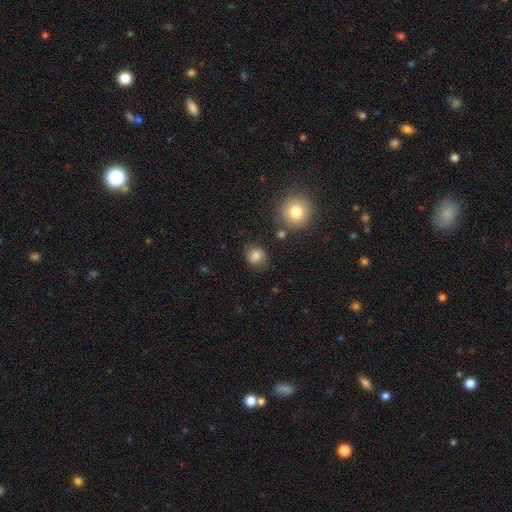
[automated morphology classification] The model was most divided on "how rounded": round: 76%, in between: 23%, cigar-shaped: 1%. More confident: smooth or featured — smooth (81%); merging — none (79%).